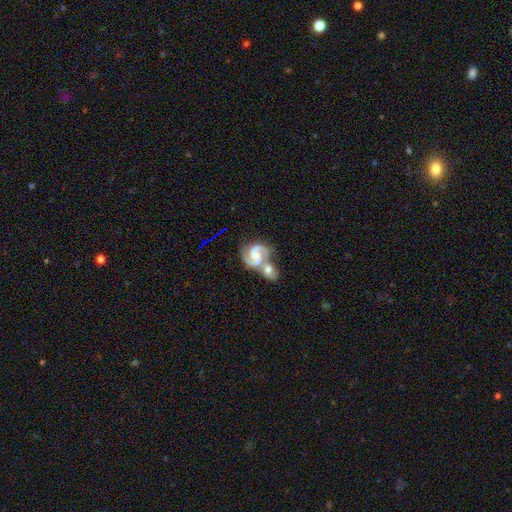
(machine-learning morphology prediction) A featured or disk galaxy (89%) with no bar (44%), 2 (92%) medium (60%) spiral arms (98%) and a moderate central bulge (44%, tied with small).

Vote fractions:
- Smooth or featured? featured or disk: 89% / smooth: 6% / star or artifact: 5%
- Edge-on disk? no: 98% / yes: 2%
- Bar? no: 44% / weak: 42% / strong: 14%
- Spiral arms? yes: 98% / no: 2%
- Spiral winding? medium: 60% / tight: 29% / loose: 11%
- Spiral arm count? 2: 92% / 3: 2% / can't tell: 2% / 1: 2% / 4: 1% / more than 4: 1%
- Bulge size? moderate: 44% (tied) / small: 44% (tied) / none: 7% / large: 3% / dominant: 1%
- Merging? merger: 64% / none: 23% / minor disturbance: 8% / major disturbance: 5%